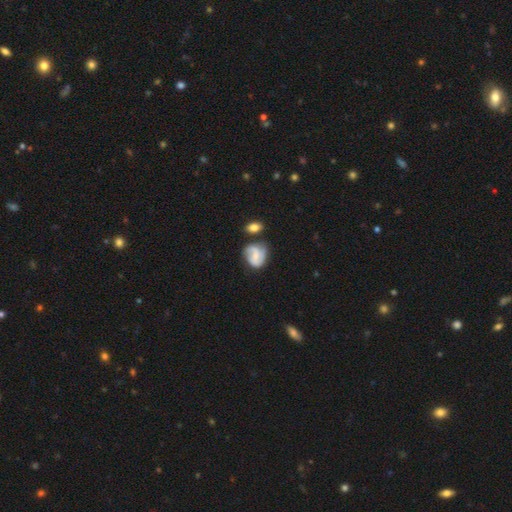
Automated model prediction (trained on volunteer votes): smooth_or_featured: featured or disk (p=0.57) [alt: smooth p=0.36]
disk_edge_on: no (p=0.97) [alt: yes p=0.03]
bar: no (p=0.48) [alt: weak p=0.41]
has_spiral_arms: yes (p=0.86) [alt: no p=0.14]
bulge_size: small (p=0.53) [alt: moderate p=0.31]
merging: none (p=0.52) [alt: minor disturbance p=0.24]